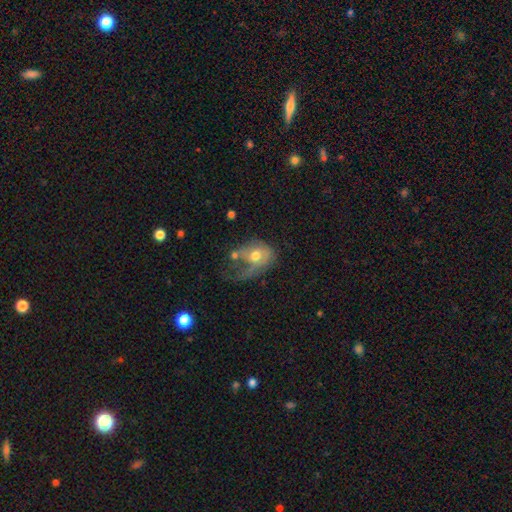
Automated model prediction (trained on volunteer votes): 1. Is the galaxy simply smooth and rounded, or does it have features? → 50% featured or disk, 42% smooth, 8% star or artifact.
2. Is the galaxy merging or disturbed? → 53% major disturbance, 18% none, 18% minor disturbance, 12% merger.